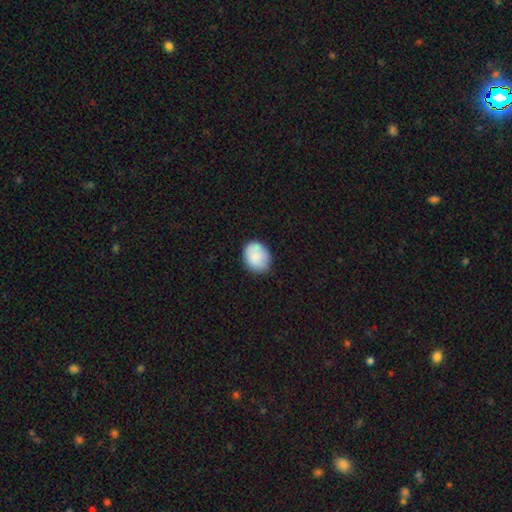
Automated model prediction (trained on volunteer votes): smooth_or_featured: smooth (p=0.87) [alt: featured or disk p=0.07]
how_rounded: in between (p=0.52) [alt: round p=0.47]
merging: none (p=0.81) [alt: minor disturbance p=0.15]